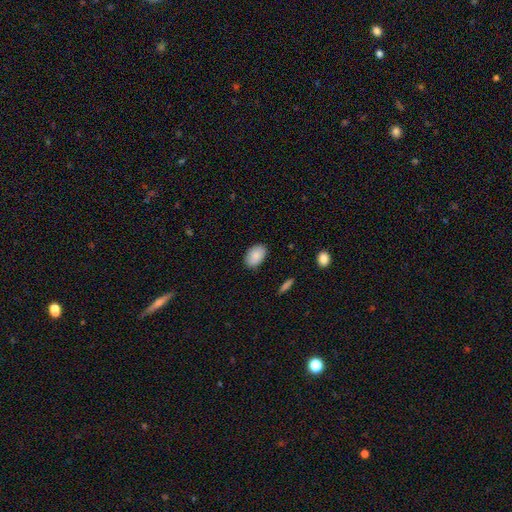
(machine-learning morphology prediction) Smooth or featured?
  - smooth: 88% *
  - star or artifact: 7%
  - featured or disk: 6%
How rounded?
  - in between: 91% *
  - round: 8%
  - cigar-shaped: 1%
Merging?
  - none: 87% *
  - minor disturbance: 10%
  - major disturbance: 2%
  - merger: 1%